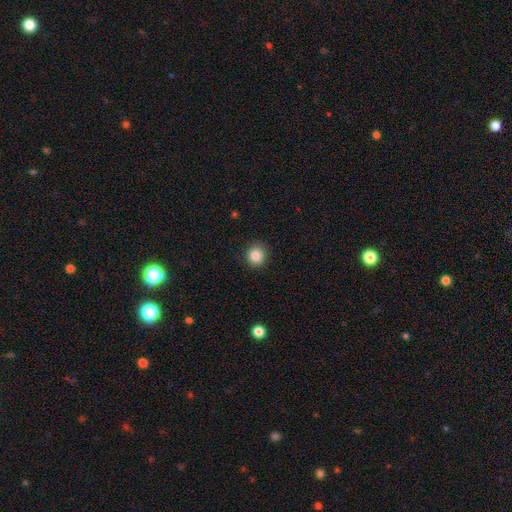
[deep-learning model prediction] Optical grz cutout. It shows a smooth galaxy with no disk features (85%) that is round (89%). Merging: none (89%).